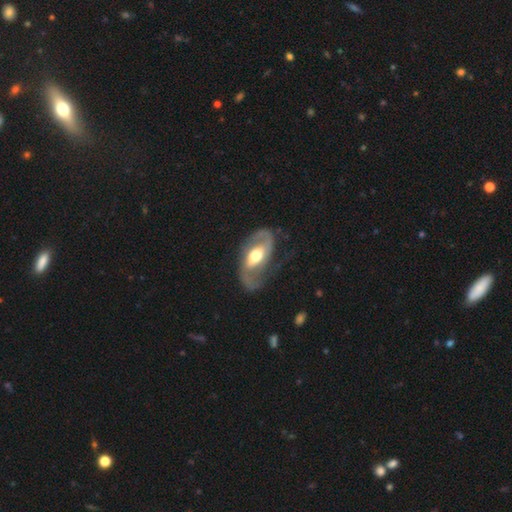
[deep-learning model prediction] Overall: featured or disk (85%). Edge-on disk: no (96%). Bar: weak (35%, tied with no). Spiral arms: yes (92%). Spiral arm count: 2 (89%). Spiral winding: medium (45%; loose 38%). Bulge size: moderate (65%). Merging: none (67%).